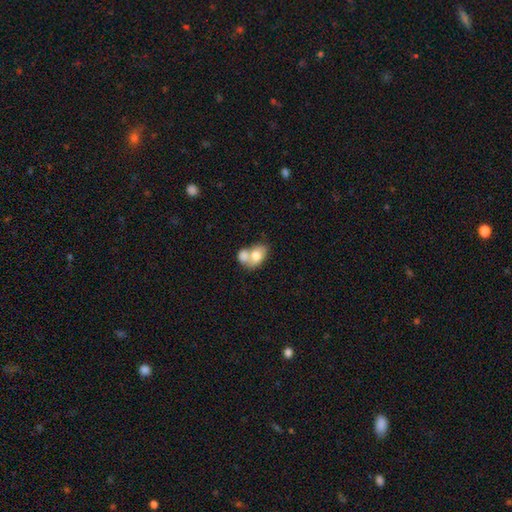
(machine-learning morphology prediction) Smooth or featured? smooth (73%)
How rounded? in between (75%)
Merging? merger (67%)